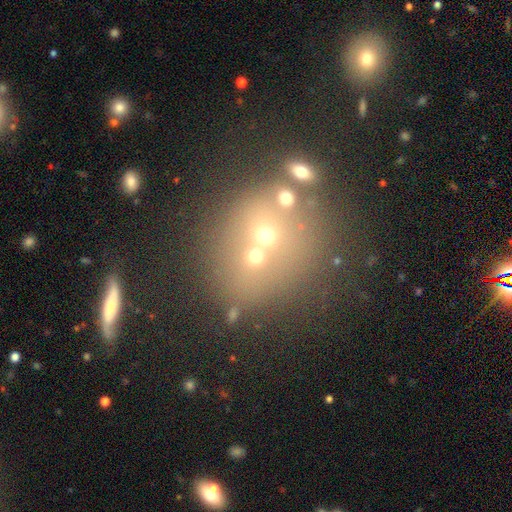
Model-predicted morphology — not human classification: Overall: smooth (48%; star or artifact 28%). Merging: merger (48%; none 40%).